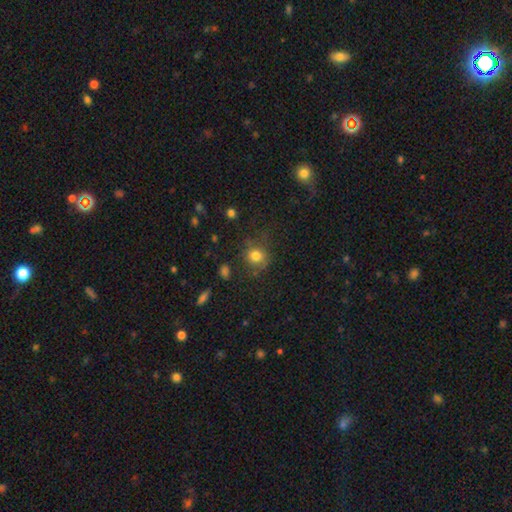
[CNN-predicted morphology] Smooth or featured? Predicted: smooth (p=0.78). How rounded? Predicted: round (p=0.82). Merging? Predicted: none (p=0.70).